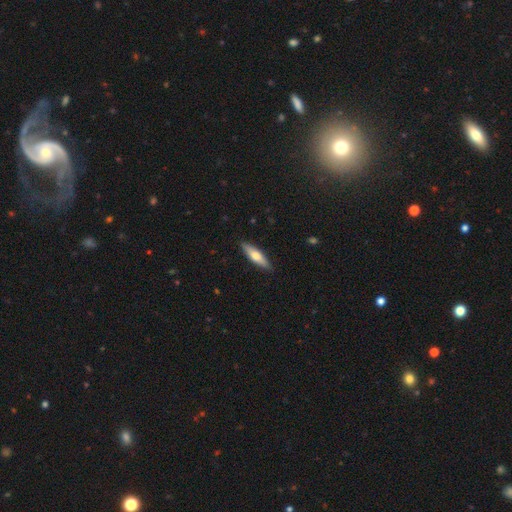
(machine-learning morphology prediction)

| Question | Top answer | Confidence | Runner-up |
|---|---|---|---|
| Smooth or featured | smooth | 57% | featured or disk (38%) |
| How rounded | cigar-shaped | 65% | in between (33%) |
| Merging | none | 89% | minor disturbance (8%) |